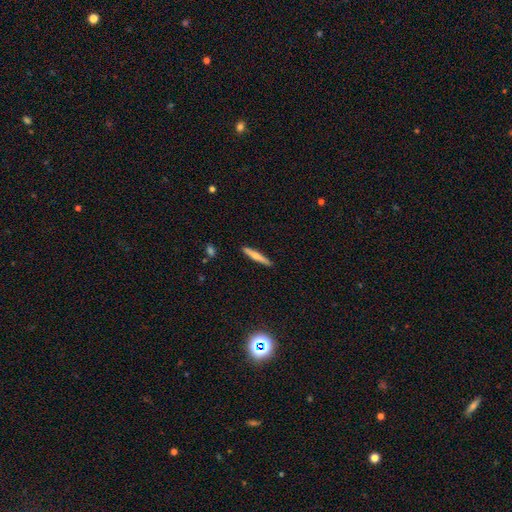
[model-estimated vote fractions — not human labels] The model was most divided on "smooth or featured": smooth: 55%, featured or disk: 38%, star or artifact: 6%. More confident: how rounded — cigar-shaped (93%); merging — none (90%).